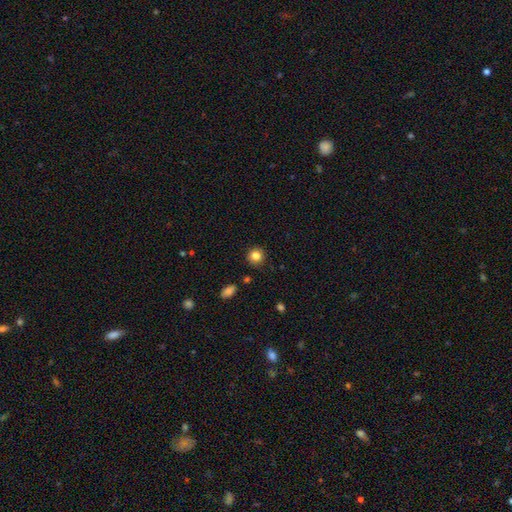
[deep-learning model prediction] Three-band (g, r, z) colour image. It shows a smooth galaxy with no disk features (83%) that is round (90%). Merging: none (88%).